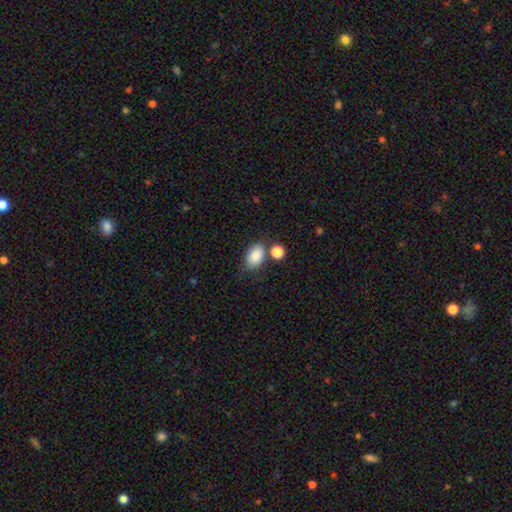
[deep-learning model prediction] The model was most divided on "merging": none: 64%, minor disturbance: 17%, merger: 14%, major disturbance: 5%. More confident: how rounded — in between (88%); smooth or featured — smooth (86%).